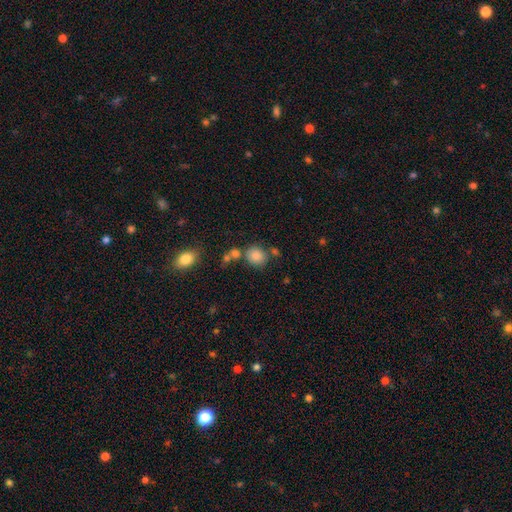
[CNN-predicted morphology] smooth_or_featured: smooth (p=0.83) [alt: star or artifact p=0.10]
how_rounded: round (p=0.76) [alt: in between p=0.23]
merging: none (p=0.66) [alt: merger p=0.17]